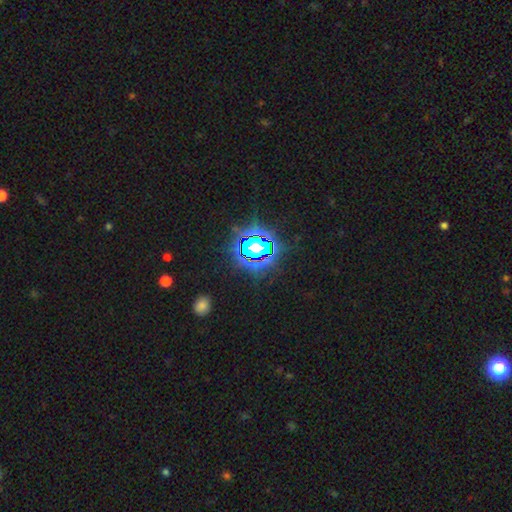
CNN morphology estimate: A star or artifact, not a galaxy (80%).

Vote fractions:
- Smooth or featured? star or artifact: 80% / smooth: 13% / featured or disk: 7%